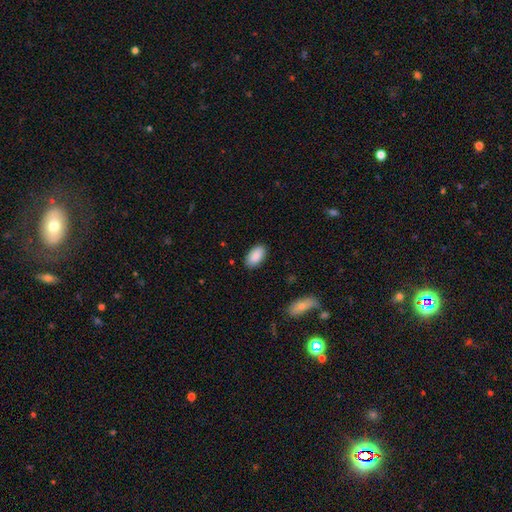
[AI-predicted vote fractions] This is clearly a smooth galaxy (89%). How rounded: clearly in between (95%). Merging: clearly none (87%).